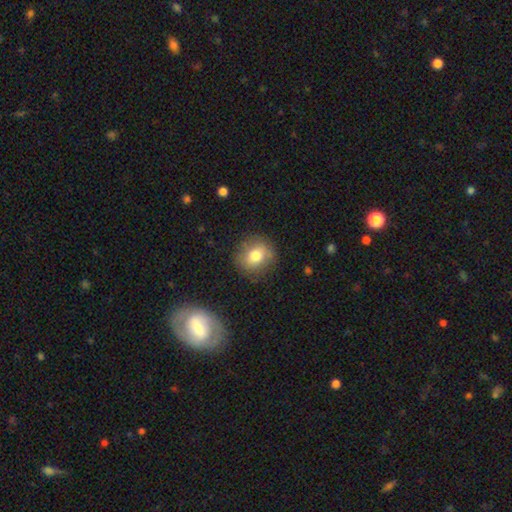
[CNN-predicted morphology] A smooth galaxy with no disk features (77%) that is round (76%). Merging: none (81%).